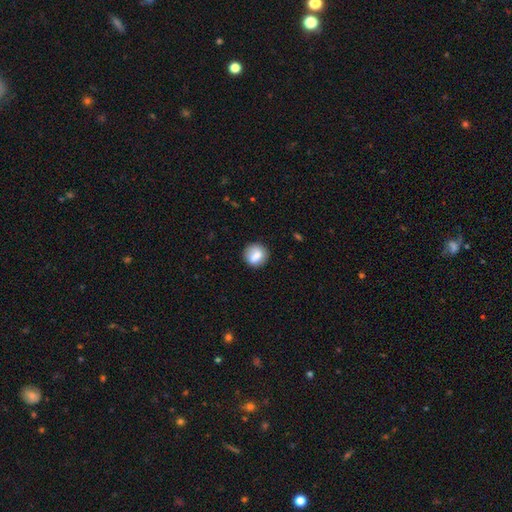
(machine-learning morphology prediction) This is likely a smooth galaxy (75%). How rounded: clearly round (85%). Merging: likely none (70%).